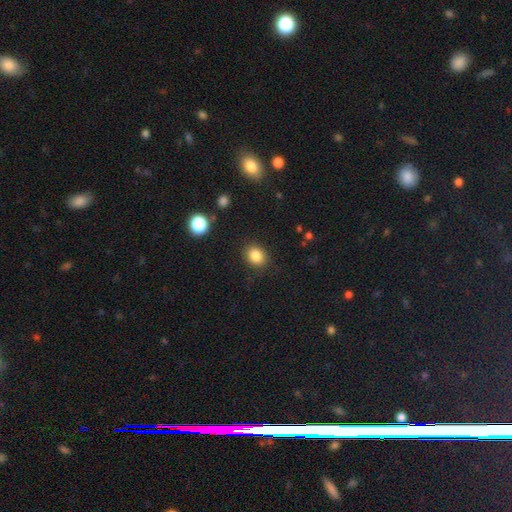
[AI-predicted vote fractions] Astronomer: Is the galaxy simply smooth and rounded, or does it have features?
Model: smooth — 84%.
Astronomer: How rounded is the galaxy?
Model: round — 61% (runner-up: in between, 38%).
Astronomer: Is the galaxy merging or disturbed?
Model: none — 88%.